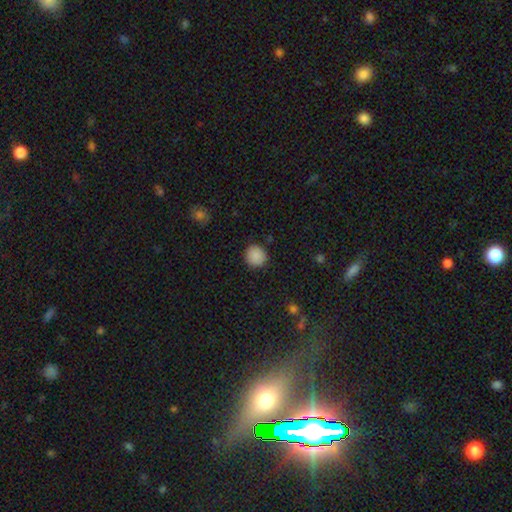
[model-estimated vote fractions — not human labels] Smooth or featured?
  - smooth: 88% *
  - star or artifact: 9%
  - featured or disk: 3%
How rounded?
  - round: 92% *
  - in between: 7%
  - cigar-shaped: 1%
Merging?
  - none: 90% *
  - minor disturbance: 7%
  - major disturbance: 2%
  - merger: 1%